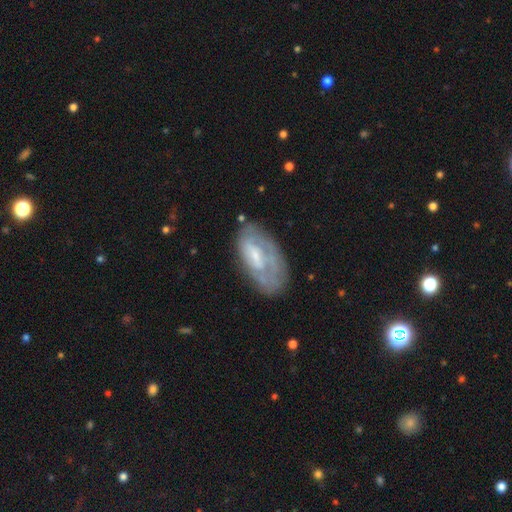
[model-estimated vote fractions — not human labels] Smooth or featured? featured or disk (57%)
Edge-on disk? no (91%)
Bar? no (48%)
Spiral arms? no (51%)
Bulge size? small (49%)
Merging? none (57%)